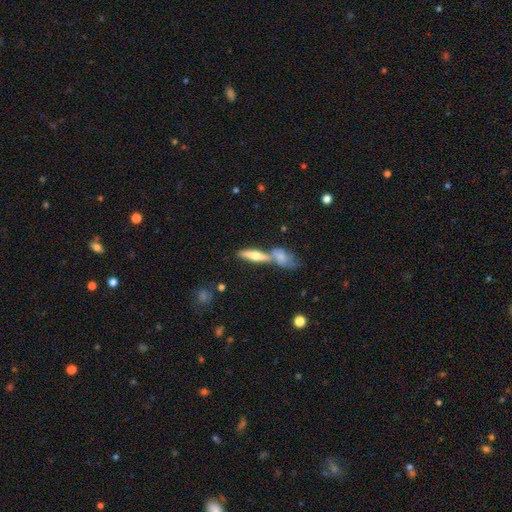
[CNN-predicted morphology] smooth_or_featured: featured or disk (p=0.49) [alt: smooth p=0.44]
merging: none (p=0.48) [alt: merger p=0.39]